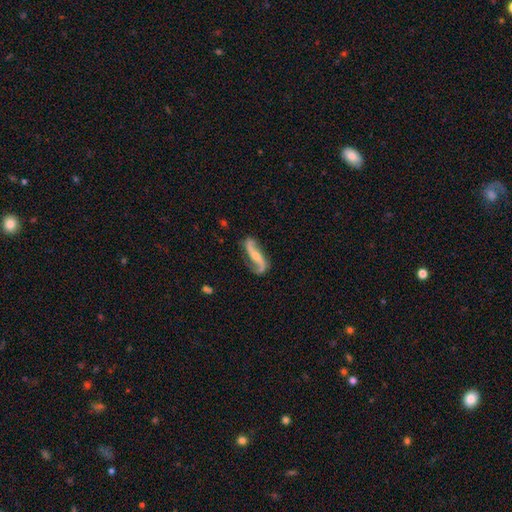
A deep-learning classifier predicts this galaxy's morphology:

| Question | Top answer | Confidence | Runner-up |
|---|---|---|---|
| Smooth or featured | featured or disk | 85% | smooth (10%) |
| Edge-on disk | no | 91% | yes (9%) |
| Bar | no | 41% | strong (31%) |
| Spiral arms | yes | 95% | no (5%) |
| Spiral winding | loose | 73% | medium (20%) |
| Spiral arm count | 2 | 90% | 1 (4%) |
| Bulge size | small | 54% | moderate (36%) |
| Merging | none | 71% | minor disturbance (18%) |